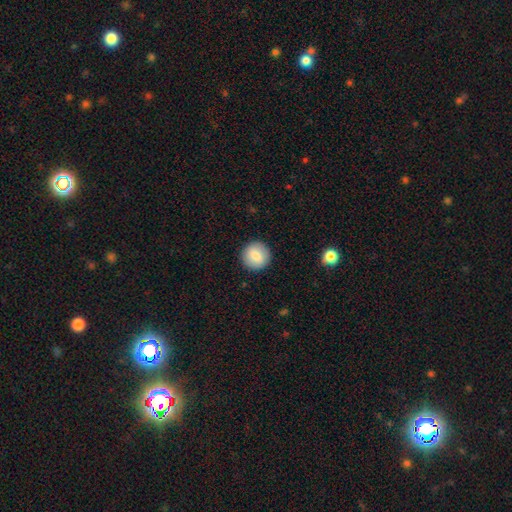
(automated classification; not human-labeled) This appears to be a smooth galaxy with no disk features (83%) that is round (94%). Merging: none (92%).